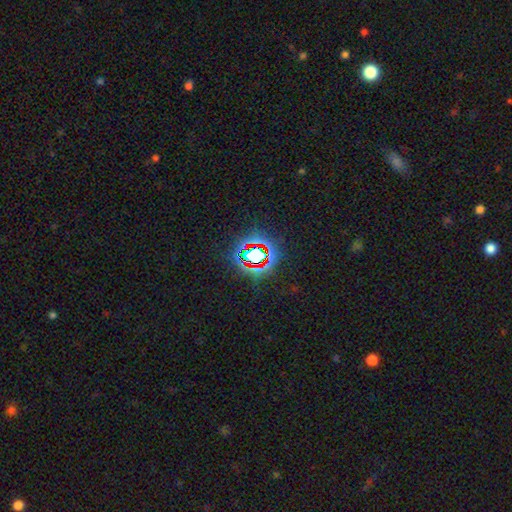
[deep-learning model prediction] Q: Smooth or featured?
A: star or artifact (73%); runner-up: smooth (17%)